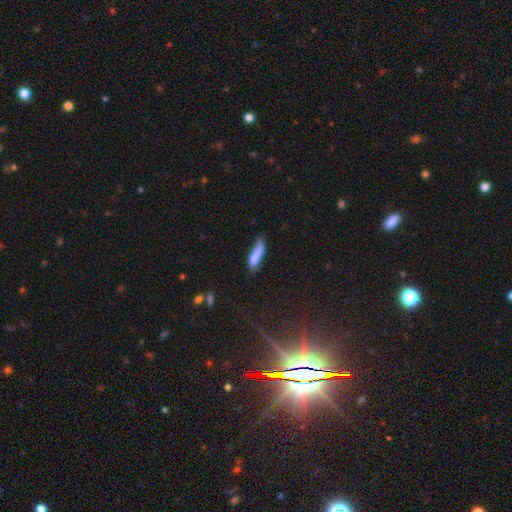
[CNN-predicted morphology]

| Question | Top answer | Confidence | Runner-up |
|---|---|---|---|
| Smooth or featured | smooth | 79% | featured or disk (14%) |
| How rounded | cigar-shaped | 67% | in between (32%) |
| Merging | none | 50% | minor disturbance (31%) |